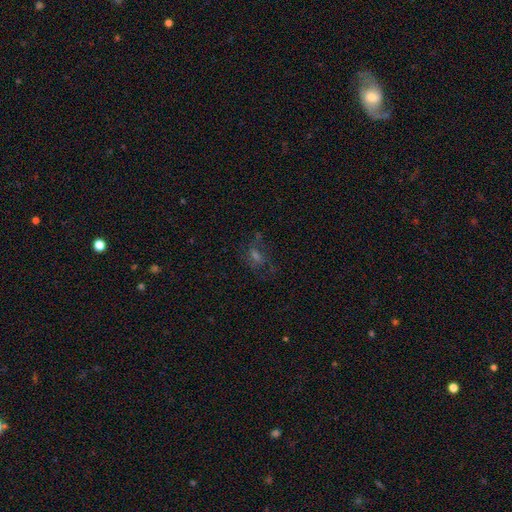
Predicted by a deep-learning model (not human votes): The model was most divided on "smooth or featured": featured or disk: 36%, star or artifact: 33%, smooth: 31%. More confident: merging — none (57%).